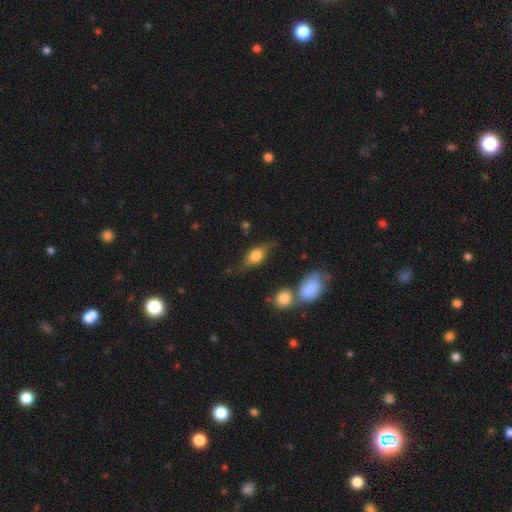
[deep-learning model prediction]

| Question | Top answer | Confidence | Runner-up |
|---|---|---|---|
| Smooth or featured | smooth | 66% | featured or disk (27%) |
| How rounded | in between | 77% | round (13%) |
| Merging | none | 64% | minor disturbance (23%) |